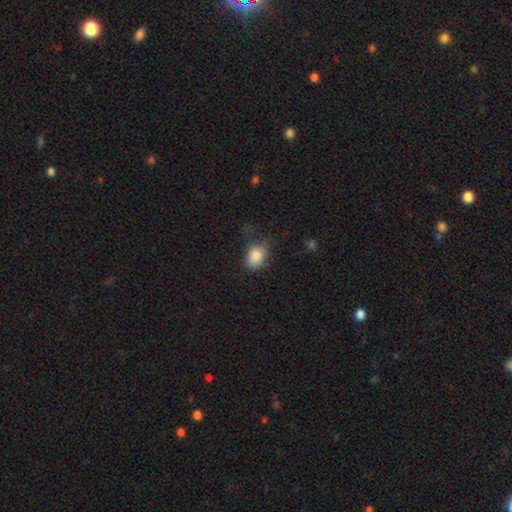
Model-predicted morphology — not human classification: Q: Smooth or featured?
A: smooth (84%); runner-up: star or artifact (9%)
Q: How rounded?
A: in between (74%); runner-up: round (25%)
Q: Merging?
A: none (49%); runner-up: minor disturbance (31%)